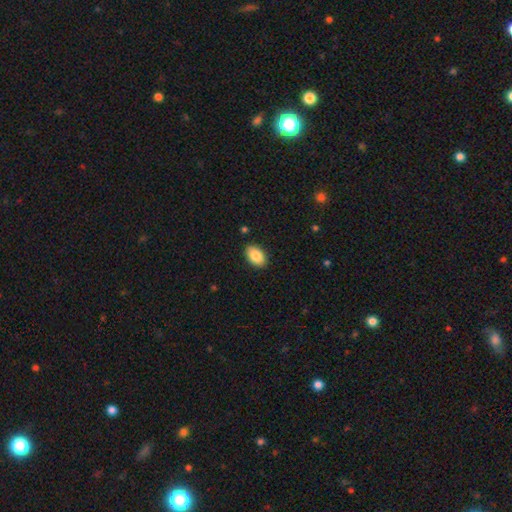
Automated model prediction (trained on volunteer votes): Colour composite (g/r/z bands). It shows a smooth galaxy with no disk features (86%) that is in between round and cigar-shaped (92%). Merging: none (89%).